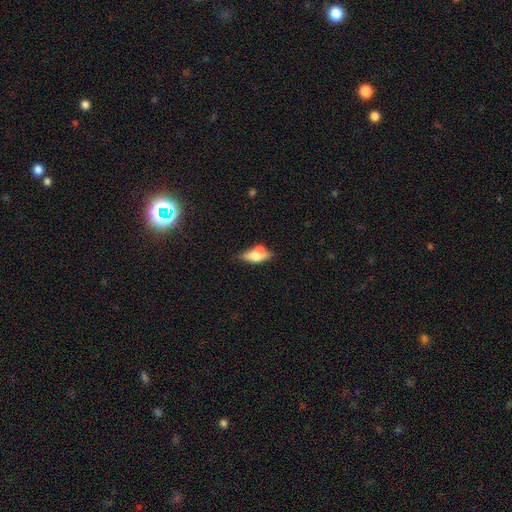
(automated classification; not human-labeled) Smooth or featured?
  - smooth: 61% *
  - featured or disk: 32%
  - star or artifact: 7%
How rounded?
  - in between: 74% *
  - cigar-shaped: 21%
  - round: 5%
Merging?
  - none: 44% *
  - merger: 32%
  - minor disturbance: 18%
  - major disturbance: 7%